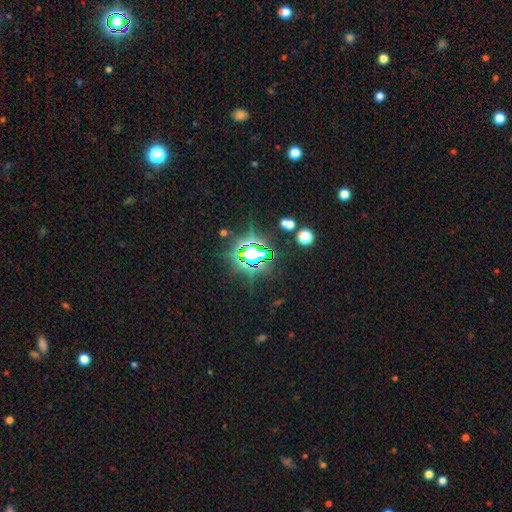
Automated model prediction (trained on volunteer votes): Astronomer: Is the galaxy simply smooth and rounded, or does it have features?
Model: star or artifact — 73%.